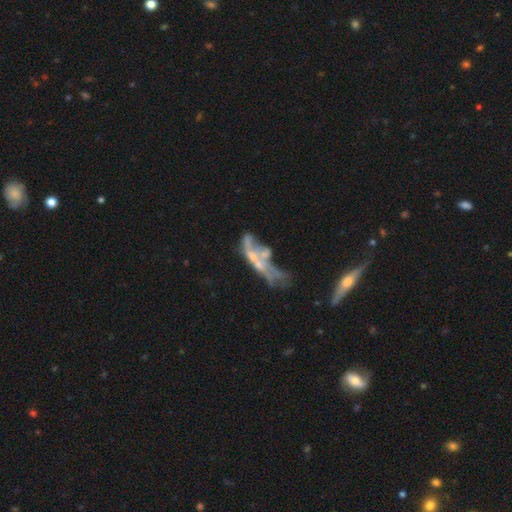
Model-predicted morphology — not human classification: Smooth or featured? featured or disk (62%)
Edge-on disk? no (78%)
Merging? merger (37%)